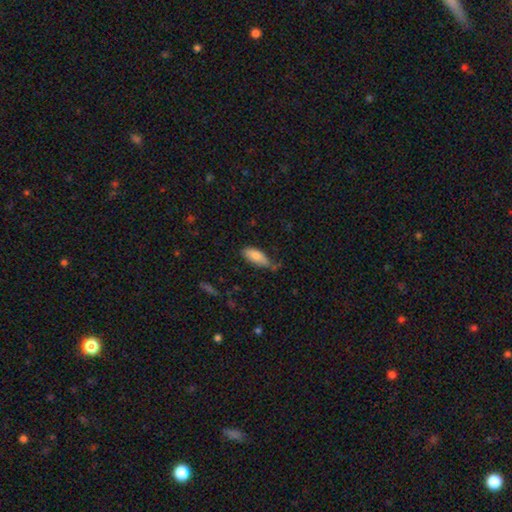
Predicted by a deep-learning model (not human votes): The model was most divided on "merging": none: 55%, minor disturbance: 35%, major disturbance: 6%, merger: 4%. More confident: how rounded — in between (83%); smooth or featured — smooth (81%).